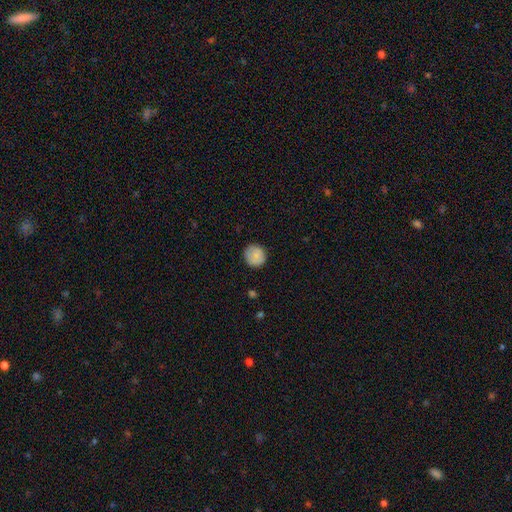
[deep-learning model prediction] A smooth galaxy with no disk features (80%) that is round (91%).

Vote fractions:
- Smooth or featured? smooth: 80% / featured or disk: 12% / star or artifact: 7%
- How rounded? round: 91% / in between: 8% / cigar-shaped: 1%
- Merging? none: 84% / minor disturbance: 12% / major disturbance: 3% / merger: 1%